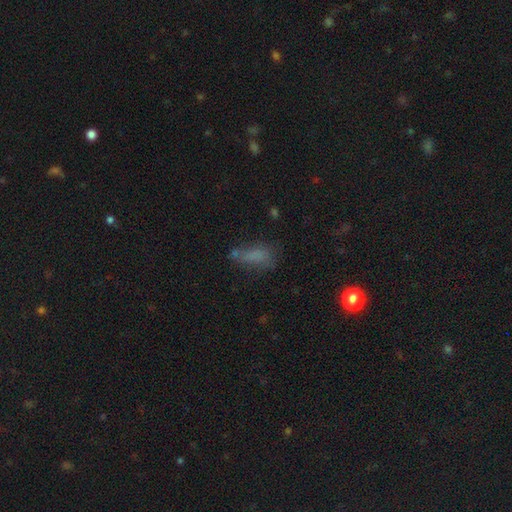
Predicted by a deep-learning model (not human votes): This appears to be a smooth galaxy with no disk features (69%) that is in between round and cigar-shaped (67%). Merging: none (44%).